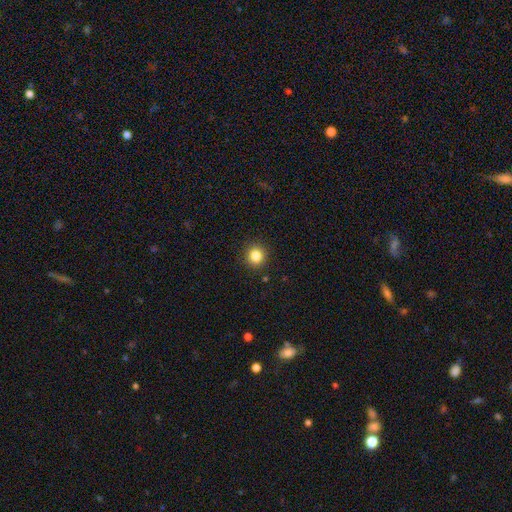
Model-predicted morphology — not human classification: A smooth galaxy with no disk features (84%) that is round (91%).

Vote fractions:
- Smooth or featured? smooth: 84% / star or artifact: 11% / featured or disk: 5%
- How rounded? round: 91% / in between: 8% / cigar-shaped: 1%
- Merging? none: 91% / minor disturbance: 6% / major disturbance: 2% / merger: 1%